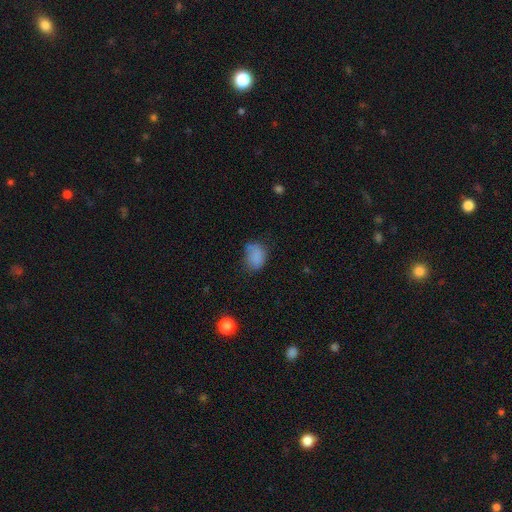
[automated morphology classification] This appears to be a smooth galaxy with no disk features (81%) that is in between round and cigar-shaped (72%). Merging: none (55%).